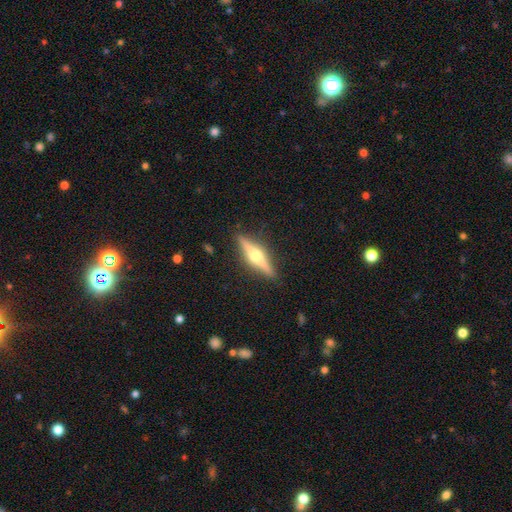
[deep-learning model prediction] Morphology: type=featured or disk (73%); edge-on=yes (97%); edge-on bulge=rounded (95%); merging=none (89%).